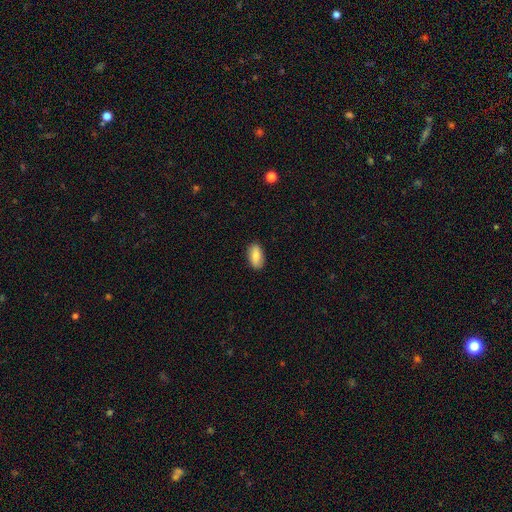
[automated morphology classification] A smooth galaxy with no disk features (83%) that is in between round and cigar-shaped (91%). Merging: none (88%).